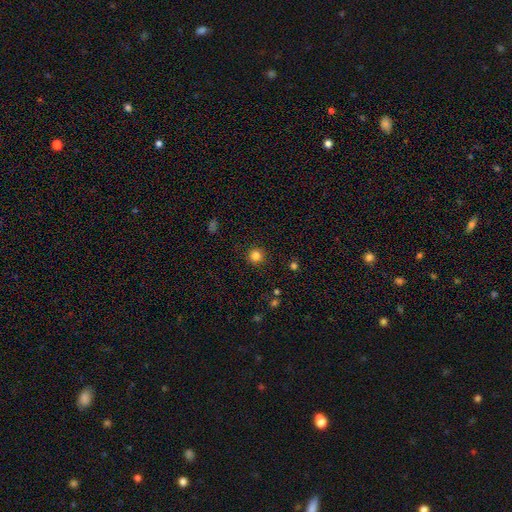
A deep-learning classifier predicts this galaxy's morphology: Smooth or featured: smooth — 83% (star or artifact — 13%)
How rounded: round — 95% (in between — 4%)
Merging: none — 91% (minor disturbance — 6%)